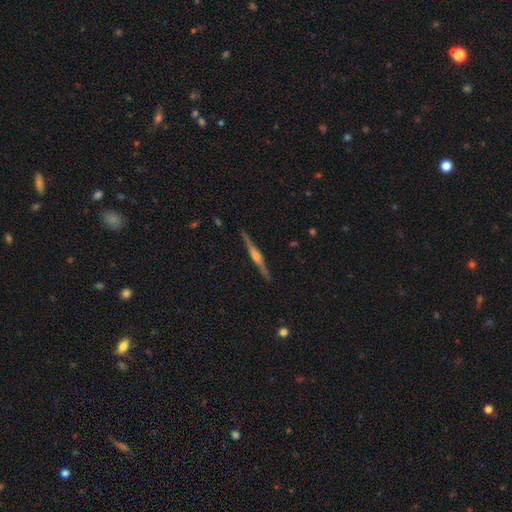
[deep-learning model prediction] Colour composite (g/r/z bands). It shows a featured or disk galaxy (84%) viewed edge-on (98%) with a rounded central bulge (83%). Merging: none (91%).